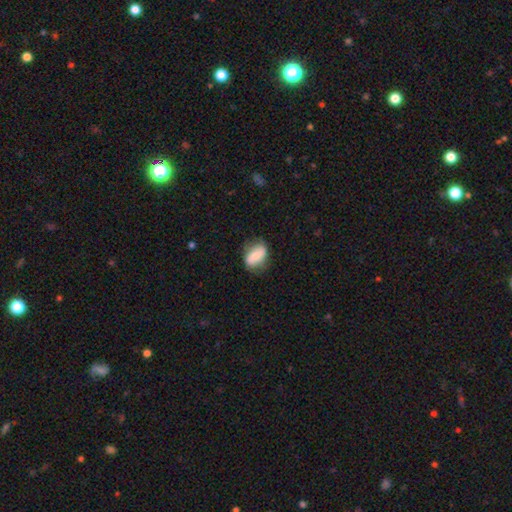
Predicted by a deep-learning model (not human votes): A smooth galaxy with no disk features (53%) that is in between round and cigar-shaped (79%). Merging: none (74%).